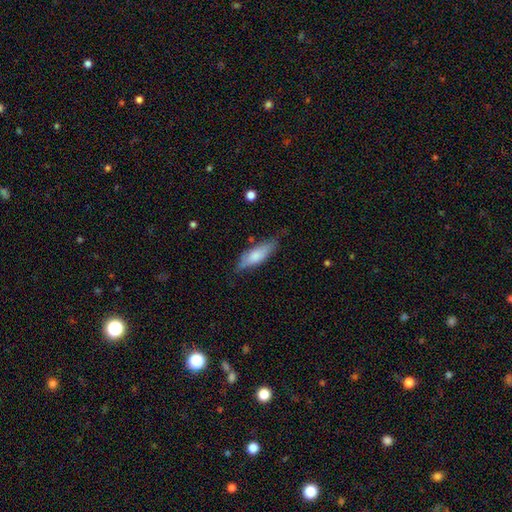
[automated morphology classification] smooth_or_featured: smooth (p=0.72) [alt: featured or disk p=0.22]
how_rounded: in between (p=0.56) [alt: cigar-shaped p=0.42]
merging: none (p=0.65) [alt: minor disturbance p=0.27]